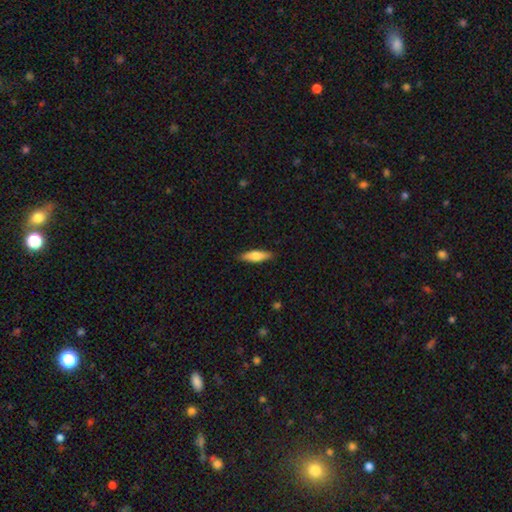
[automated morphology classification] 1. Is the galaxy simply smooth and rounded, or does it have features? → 71% smooth, 23% featured or disk, 6% star or artifact.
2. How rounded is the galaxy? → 60% cigar-shaped, 38% in between, 2% round.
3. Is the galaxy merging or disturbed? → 88% none, 9% minor disturbance, 2% major disturbance, 1% merger.